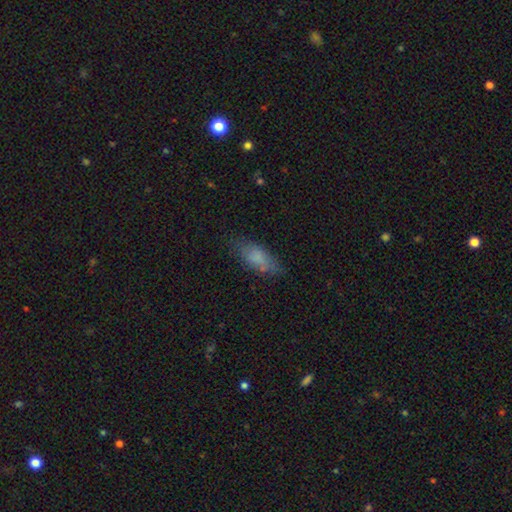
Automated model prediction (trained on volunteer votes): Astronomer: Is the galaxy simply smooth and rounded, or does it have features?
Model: smooth — 75%.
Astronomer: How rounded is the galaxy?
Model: in between — 68%.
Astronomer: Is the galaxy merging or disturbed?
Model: none — 73%.